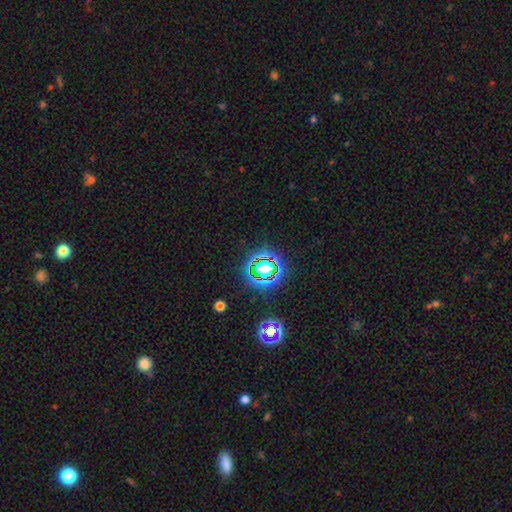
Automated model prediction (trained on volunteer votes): The model was most divided on "smooth or featured": star or artifact: 78%, smooth: 14%, featured or disk: 8%.